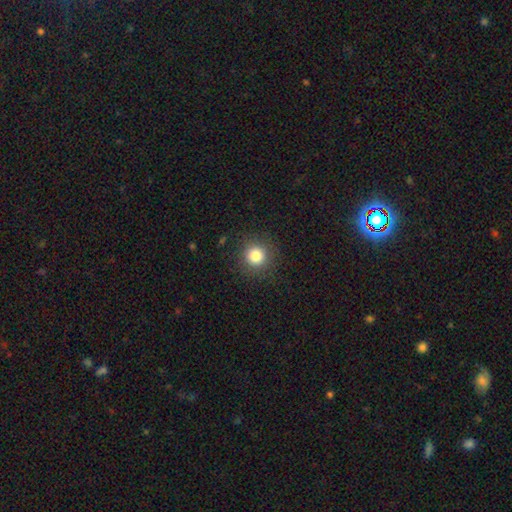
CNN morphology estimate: Q: Smooth or featured?
A: smooth (82%); runner-up: star or artifact (12%)
Q: How rounded?
A: round (94%); runner-up: in between (5%)
Q: Merging?
A: none (89%); runner-up: minor disturbance (7%)